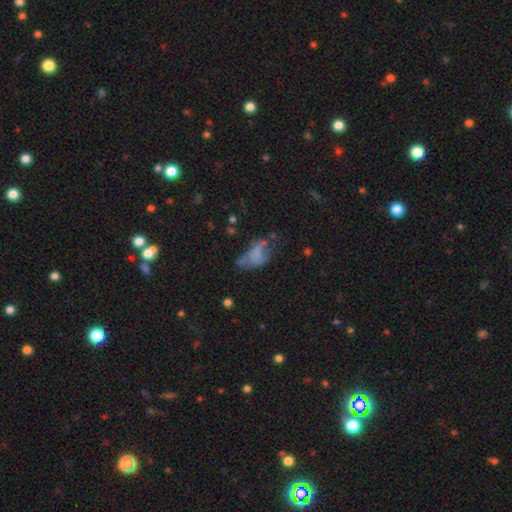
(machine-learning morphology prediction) The model was most divided on "merging": major disturbance: 38%, none: 26%, minor disturbance: 24%, merger: 12%. Remaining: smooth or featured — smooth (49%).